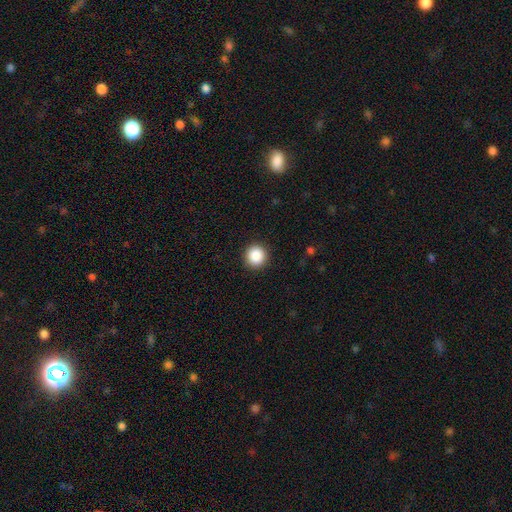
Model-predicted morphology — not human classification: smooth 88%, star or artifact 9%, featured or disk 3%. Down the decision tree: how rounded — round (95%); merging — none (92%).